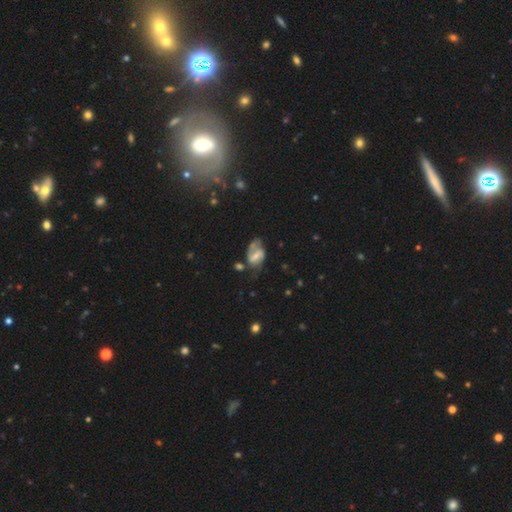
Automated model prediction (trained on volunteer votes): This appears to be a featured or disk galaxy (72%) with a weak bar (46%), 2 (76%) medium (47%) spiral arms (87%) and a small central bulge (48%). Merging: none (48%).